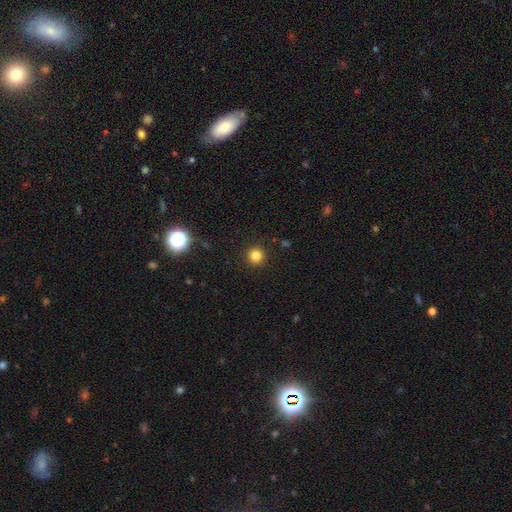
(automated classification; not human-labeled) smooth 82%, star or artifact 14%, featured or disk 4%. Down the decision tree: how rounded — round (95%); merging — none (92%).